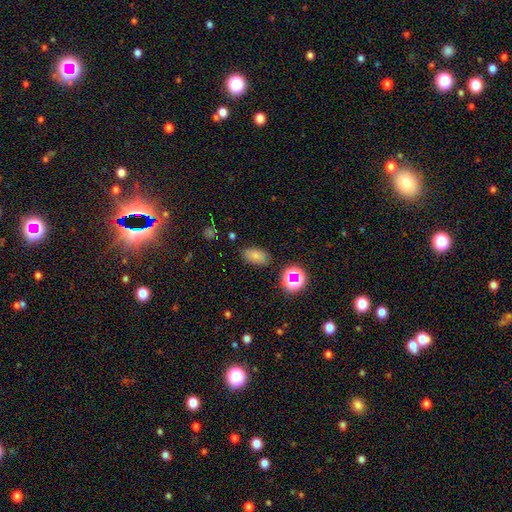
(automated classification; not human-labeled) A smooth galaxy with no disk features (76%) that is in between round and cigar-shaped (90%).

Vote fractions:
- Smooth or featured? smooth: 76% / star or artifact: 16% / featured or disk: 8%
- How rounded? in between: 90% / round: 8% / cigar-shaped: 2%
- Merging? none: 82% / minor disturbance: 12% / major disturbance: 3% / merger: 2%